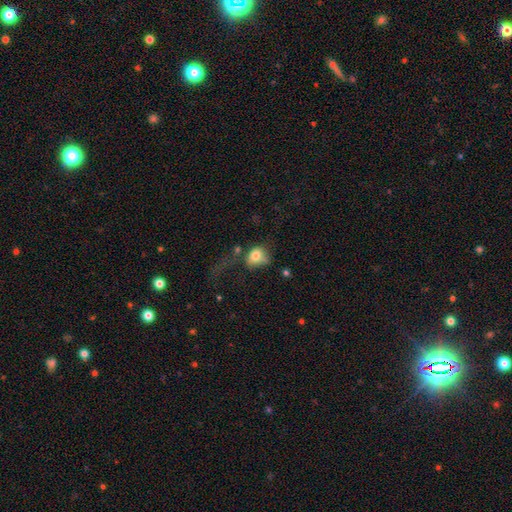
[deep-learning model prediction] smooth_or_featured: smooth (p=0.76) [alt: featured or disk p=0.15]
how_rounded: in between (p=0.54) [alt: round p=0.45]
merging: major disturbance (p=0.42) [alt: none p=0.27]